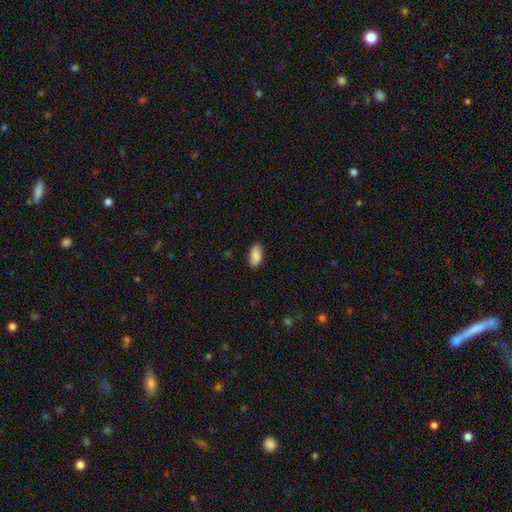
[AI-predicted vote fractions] Smooth or featured? Predicted: smooth (p=0.89). How rounded? Predicted: in between (p=0.92). Merging? Predicted: none (p=0.86).